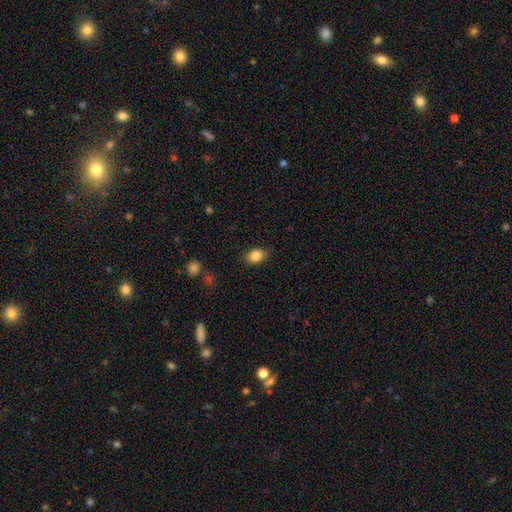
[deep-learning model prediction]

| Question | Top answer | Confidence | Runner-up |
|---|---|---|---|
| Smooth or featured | smooth | 84% | star or artifact (9%) |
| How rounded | in between | 63% | round (36%) |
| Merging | none | 79% | minor disturbance (16%) |